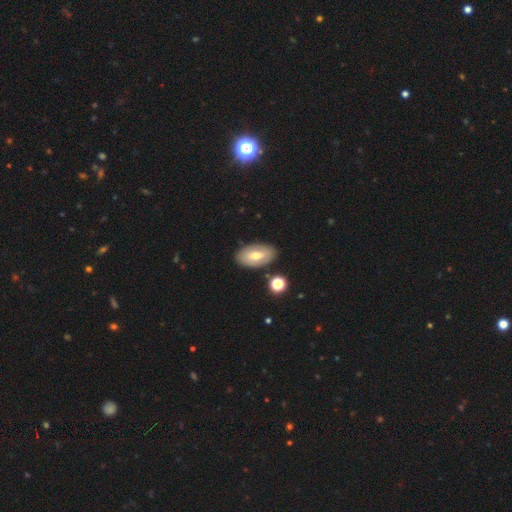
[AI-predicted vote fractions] smooth_or_featured: smooth (p=0.61) [alt: featured or disk p=0.32]
how_rounded: in between (p=0.93) [alt: round p=0.05]
merging: none (p=0.83) [alt: minor disturbance p=0.11]